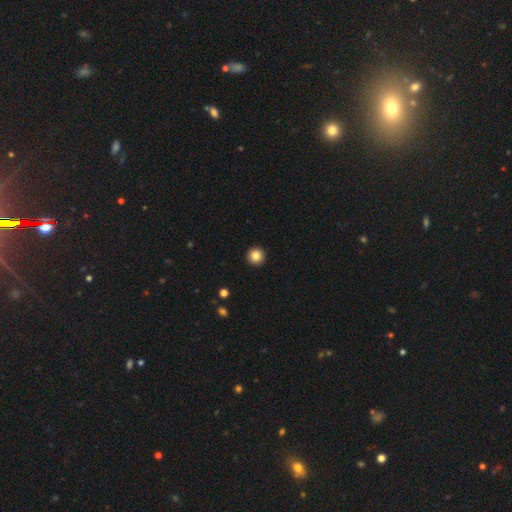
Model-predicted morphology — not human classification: Smooth or featured?
  - smooth: 84% *
  - star or artifact: 10%
  - featured or disk: 6%
How rounded?
  - round: 96% *
  - in between: 3%
  - cigar-shaped: 1%
Merging?
  - none: 94% *
  - minor disturbance: 4%
  - major disturbance: 1%
  - merger: 1%